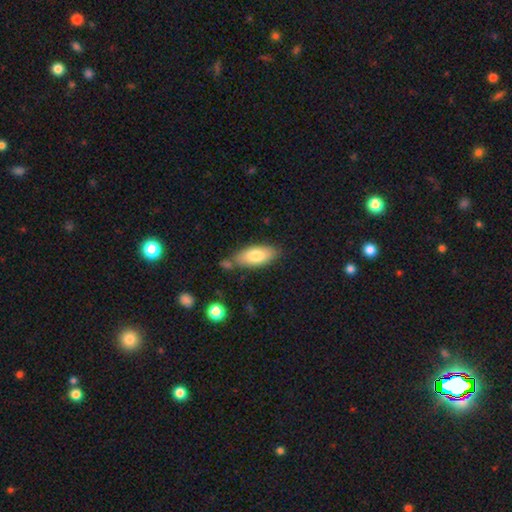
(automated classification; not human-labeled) Q: Smooth or featured?
A: smooth (79%); runner-up: featured or disk (15%)
Q: How rounded?
A: in between (84%); runner-up: cigar-shaped (13%)
Q: Merging?
A: none (66%); runner-up: minor disturbance (19%)